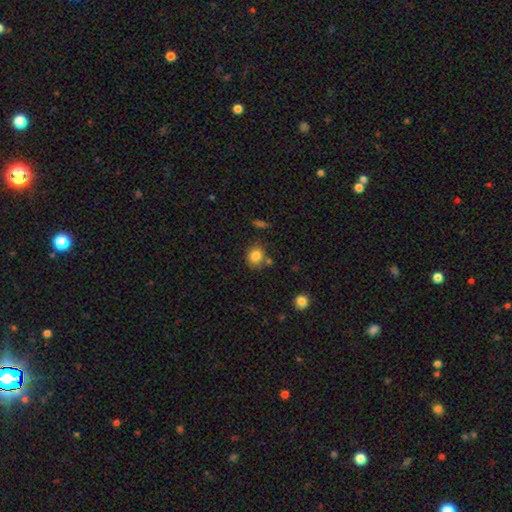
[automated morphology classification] Smooth or featured?
  - smooth: 83% *
  - star or artifact: 10%
  - featured or disk: 7%
How rounded?
  - round: 69% *
  - in between: 30%
  - cigar-shaped: 1%
Merging?
  - none: 72% *
  - minor disturbance: 14%
  - merger: 10%
  - major disturbance: 4%